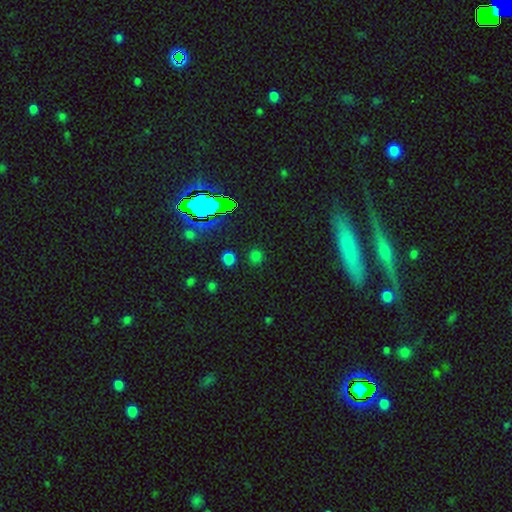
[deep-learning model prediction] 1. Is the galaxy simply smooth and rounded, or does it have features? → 64% smooth, 31% star or artifact, 5% featured or disk.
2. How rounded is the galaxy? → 88% round, 11% in between, 1% cigar-shaped.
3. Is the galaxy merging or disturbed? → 87% none, 7% minor disturbance, 3% merger, 3% major disturbance.